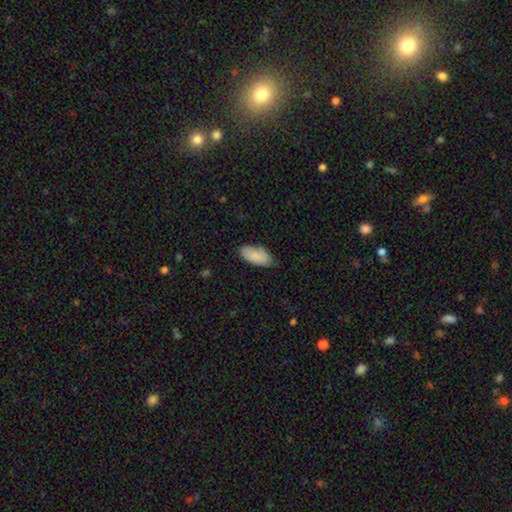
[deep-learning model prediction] smooth-or-featured: smooth: 89% | star or artifact: 6% | featured or disk: 5%
  how-rounded: in between: 91% | cigar-shaped: 7% | round: 2%
  merging: none: 80% | minor disturbance: 16% | major disturbance: 3% | merger: 1%